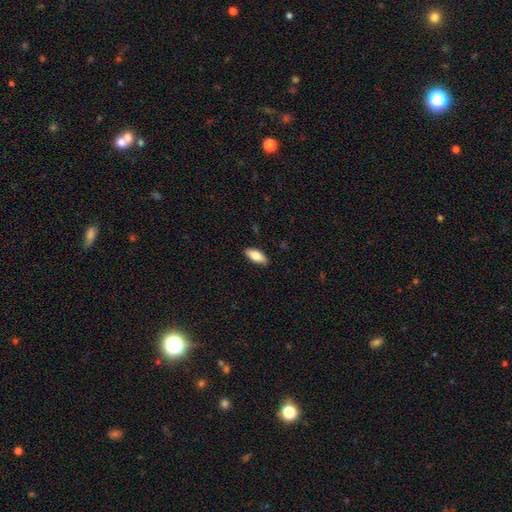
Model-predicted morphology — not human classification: Smooth or featured? Predicted: smooth (p=0.78). How rounded? Predicted: in between (p=0.80). Merging? Predicted: none (p=0.85).